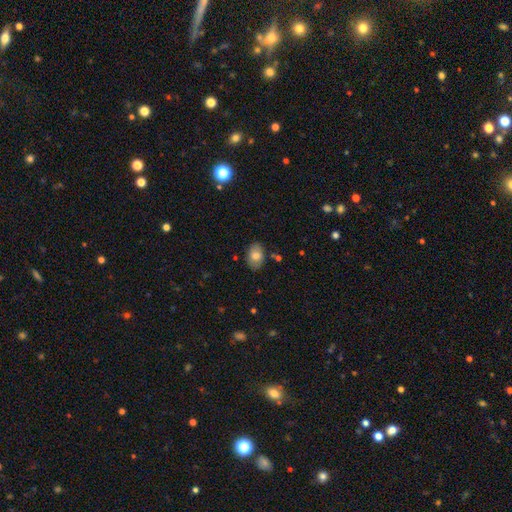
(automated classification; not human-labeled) The model was most divided on "smooth or featured": smooth: 77%, featured or disk: 15%, star or artifact: 8%. More confident: how rounded — in between (85%); merging — none (83%).